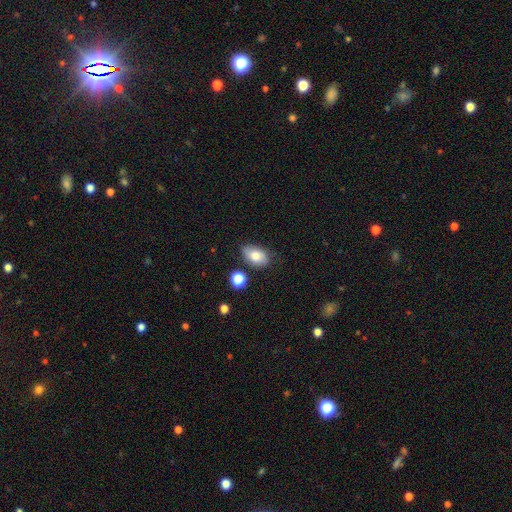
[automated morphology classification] smooth_or_featured: smooth (p=0.78) [alt: featured or disk p=0.13]
how_rounded: in between (p=0.88) [alt: round p=0.11]
merging: none (p=0.72) [alt: minor disturbance p=0.19]